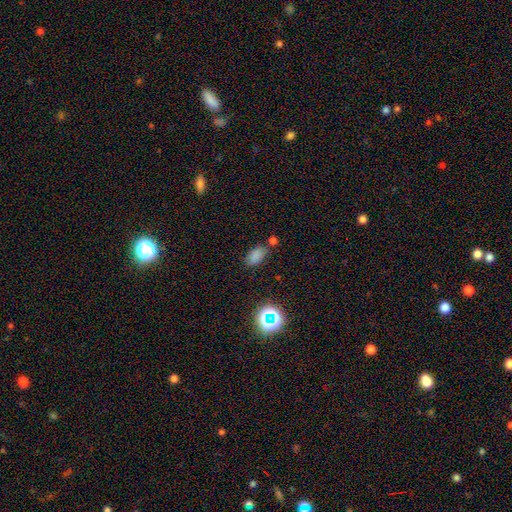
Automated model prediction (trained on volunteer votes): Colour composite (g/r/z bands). It shows a smooth galaxy with no disk features (75%) that is in between round and cigar-shaped (89%). Merging: none (68%).